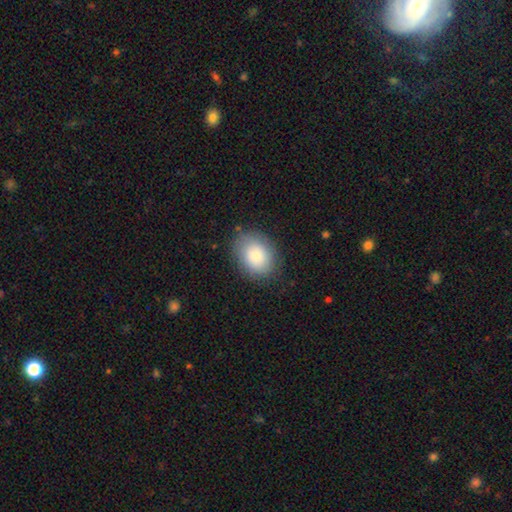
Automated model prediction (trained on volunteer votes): Q: Smooth or featured?
A: smooth (82%); runner-up: featured or disk (10%)
Q: How rounded?
A: in between (61%); runner-up: round (38%)
Q: Merging?
A: none (82%); runner-up: minor disturbance (13%)